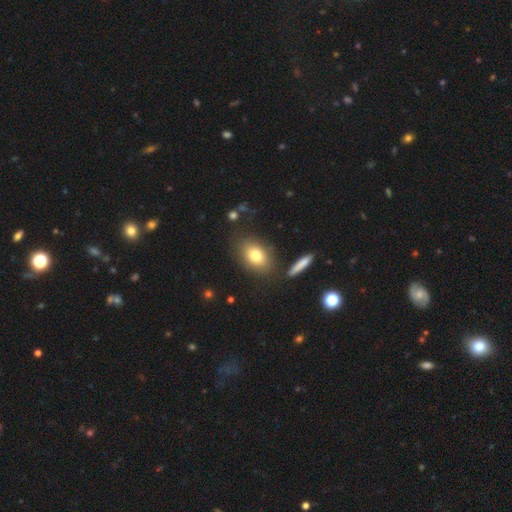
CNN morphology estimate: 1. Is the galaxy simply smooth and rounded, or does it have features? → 78% smooth, 13% featured or disk, 9% star or artifact.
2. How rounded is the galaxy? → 74% in between, 24% round, 2% cigar-shaped.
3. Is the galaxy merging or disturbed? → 79% none, 11% minor disturbance, 6% merger, 4% major disturbance.